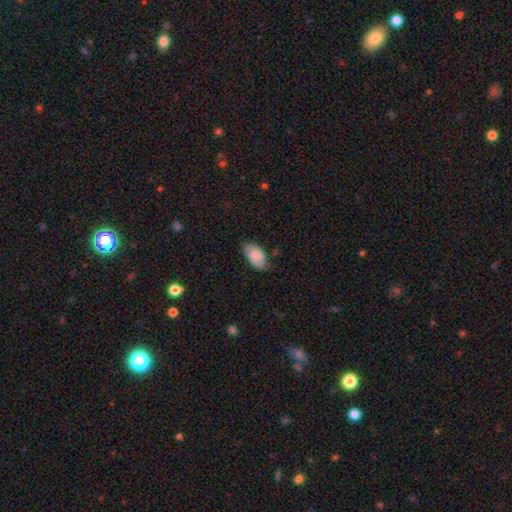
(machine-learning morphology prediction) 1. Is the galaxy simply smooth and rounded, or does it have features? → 85% smooth, 9% featured or disk, 7% star or artifact.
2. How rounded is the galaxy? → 95% in between, 4% round, 2% cigar-shaped.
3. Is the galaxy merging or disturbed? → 71% none, 23% minor disturbance, 4% major disturbance, 1% merger.